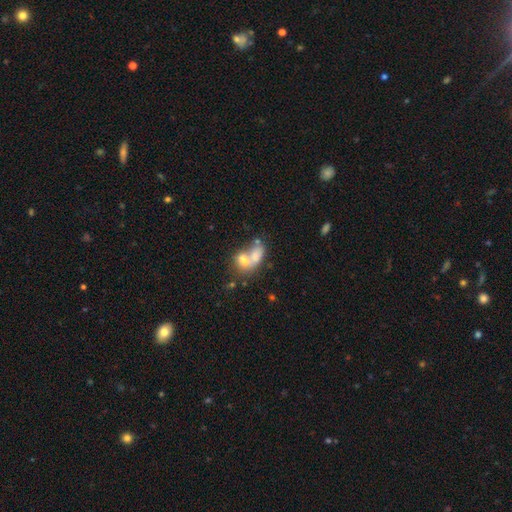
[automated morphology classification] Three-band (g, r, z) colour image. It shows a smooth galaxy with no disk features (66%) that is in between round and cigar-shaped (78%). Merging: merger (70%).